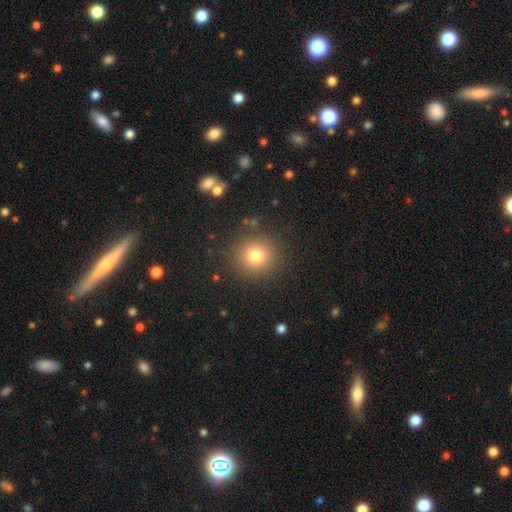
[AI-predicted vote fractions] smooth 77%, star or artifact 14%, featured or disk 9%. Down the decision tree: how rounded — round (91%); merging — none (89%).